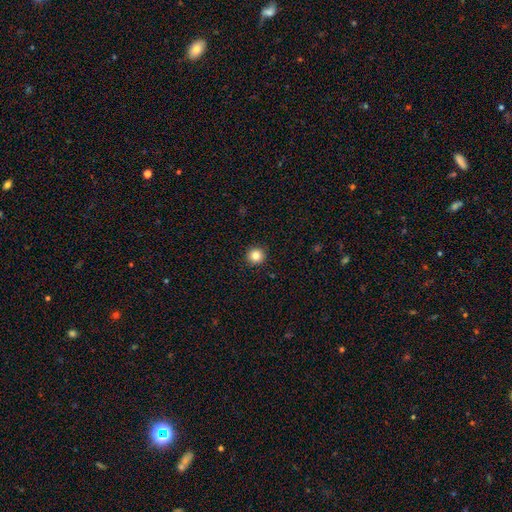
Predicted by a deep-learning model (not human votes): This appears to be a smooth galaxy with no disk features (83%) that is round (95%). Merging: none (93%).